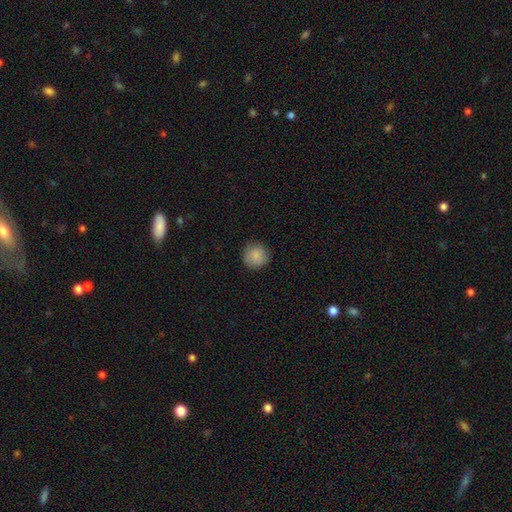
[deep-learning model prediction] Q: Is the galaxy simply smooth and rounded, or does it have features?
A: smooth — 87%.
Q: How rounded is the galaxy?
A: round — 94%.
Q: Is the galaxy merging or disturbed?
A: none — 88%.